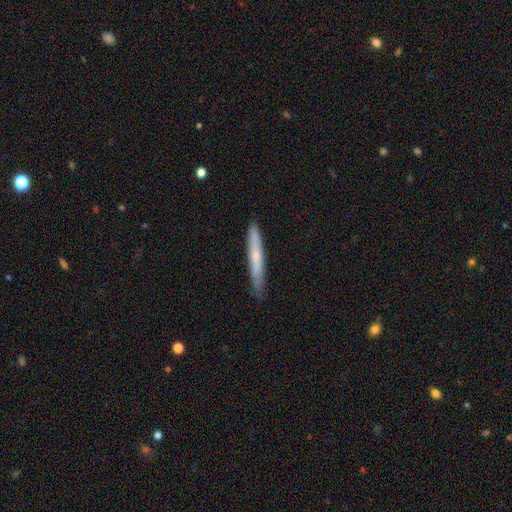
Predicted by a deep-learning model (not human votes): Morphology: type=smooth (58%); roundness=cigar-shaped (96%); merging=none (86%).